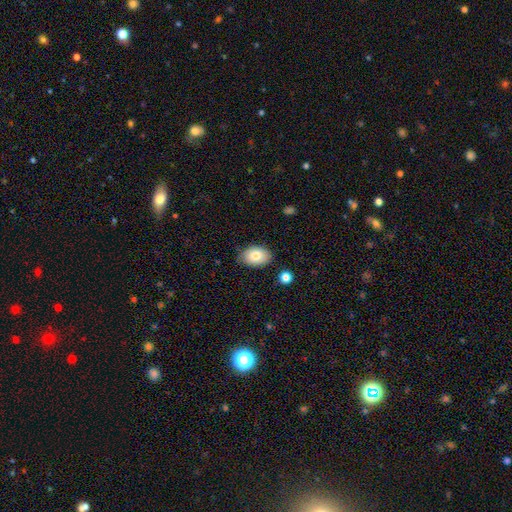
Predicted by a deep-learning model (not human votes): A smooth galaxy with no disk features (81%) that is in between round and cigar-shaped (83%).

Vote fractions:
- Smooth or featured? smooth: 81% / featured or disk: 12% / star or artifact: 7%
- How rounded? in between: 83% / round: 16% / cigar-shaped: 1%
- Merging? none: 77% / minor disturbance: 17% / major disturbance: 3% / merger: 2%